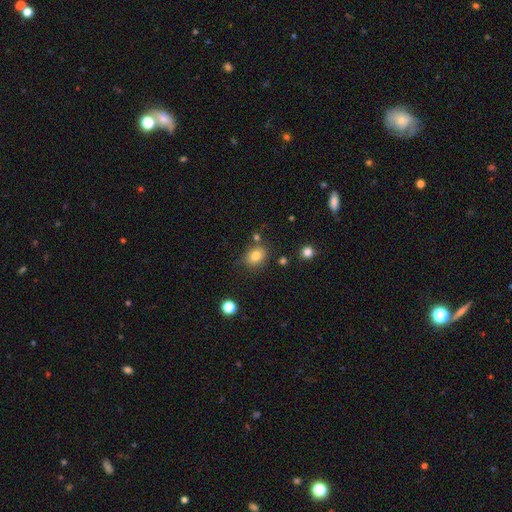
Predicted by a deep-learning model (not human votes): smooth-or-featured: smooth: 80% | star or artifact: 12% | featured or disk: 8%
  how-rounded: round: 55% | in between: 44% | cigar-shaped: 1%
  merging: none: 74% | minor disturbance: 14% | merger: 8% | major disturbance: 4%